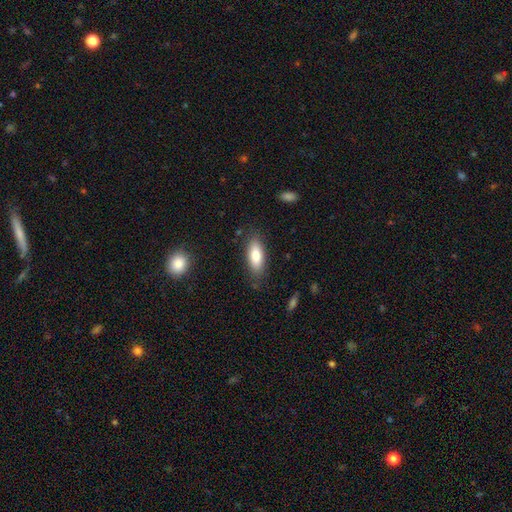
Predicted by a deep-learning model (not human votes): smooth-or-featured: smooth: 81% | featured or disk: 13% | star or artifact: 7%
  how-rounded: in between: 73% | cigar-shaped: 25% | round: 2%
  merging: none: 82% | minor disturbance: 13% | major disturbance: 3% | merger: 2%